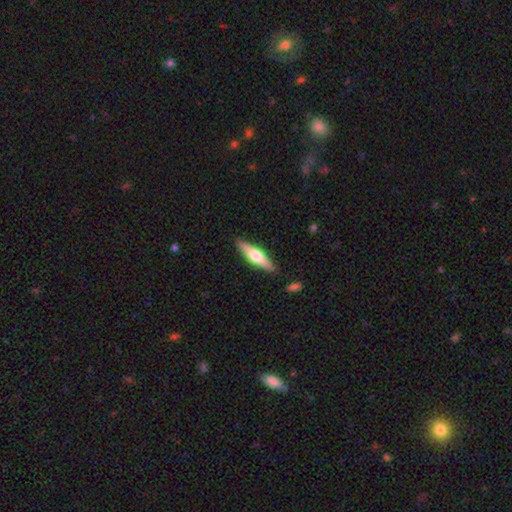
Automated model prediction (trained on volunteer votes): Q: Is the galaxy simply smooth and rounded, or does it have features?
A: featured or disk — 55%.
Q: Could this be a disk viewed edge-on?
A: yes — 95%.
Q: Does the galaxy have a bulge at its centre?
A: rounded — 92%.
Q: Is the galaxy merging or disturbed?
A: none — 88%.